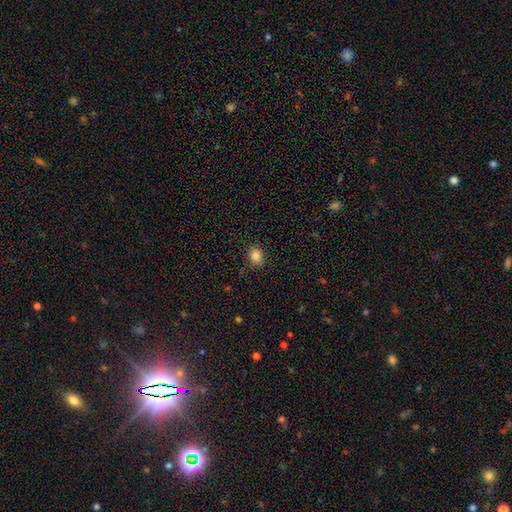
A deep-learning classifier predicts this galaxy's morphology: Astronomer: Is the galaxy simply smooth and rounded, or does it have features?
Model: smooth — 85%.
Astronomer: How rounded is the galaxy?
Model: in between — 54% (runner-up: round, 45%).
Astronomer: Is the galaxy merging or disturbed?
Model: none — 86%.